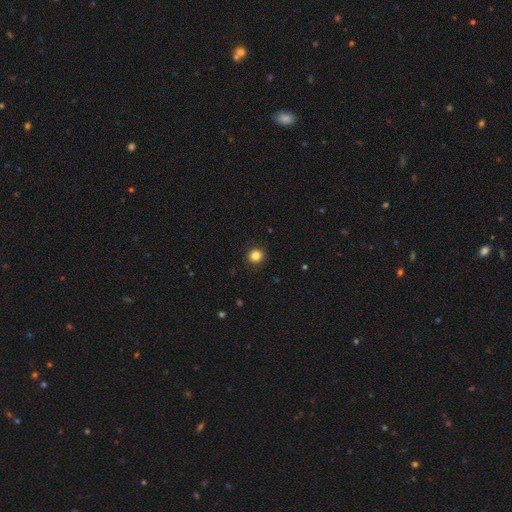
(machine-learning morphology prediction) Q: Smooth or featured?
A: smooth (84%); runner-up: star or artifact (12%)
Q: How rounded?
A: round (92%); runner-up: in between (7%)
Q: Merging?
A: none (92%); runner-up: minor disturbance (6%)